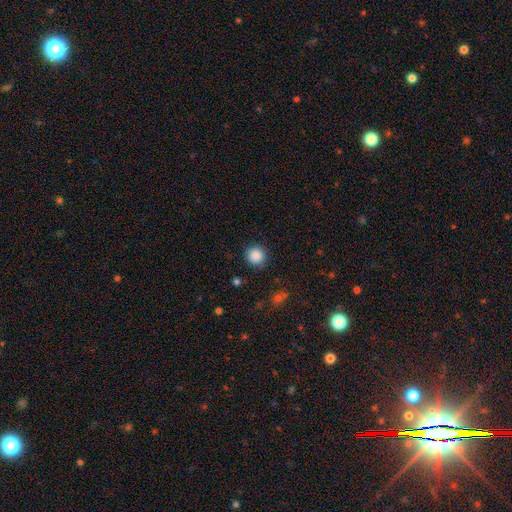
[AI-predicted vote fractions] This is clearly a smooth galaxy (87%). How rounded: clearly round (95%). Merging: clearly none (90%).